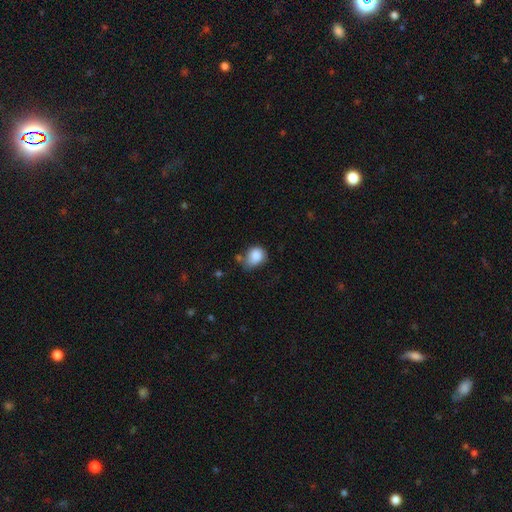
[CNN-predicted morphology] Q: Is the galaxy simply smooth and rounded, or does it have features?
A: smooth — 84%.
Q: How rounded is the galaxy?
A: round — 55%.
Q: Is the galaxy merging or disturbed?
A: none — 48%.